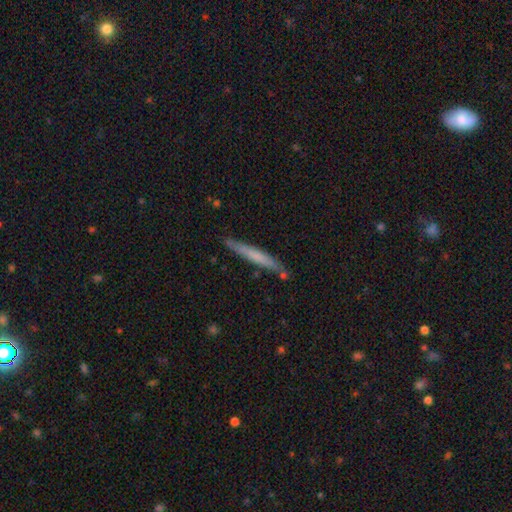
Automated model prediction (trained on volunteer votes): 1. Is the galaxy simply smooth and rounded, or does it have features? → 59% smooth, 36% featured or disk, 6% star or artifact.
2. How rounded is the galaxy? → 96% cigar-shaped, 3% in between, 1% round.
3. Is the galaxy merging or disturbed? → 83% none, 11% minor disturbance, 3% merger, 2% major disturbance.